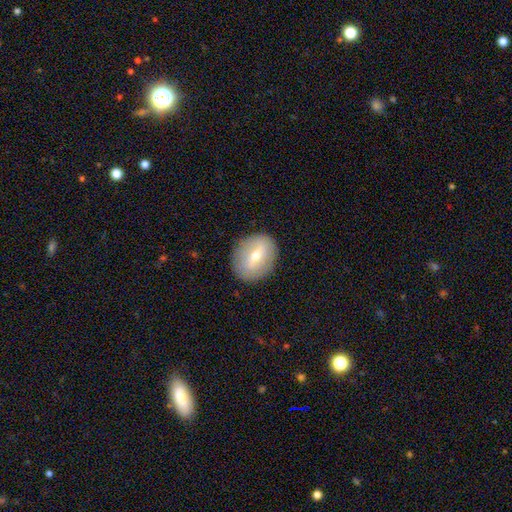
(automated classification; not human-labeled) A smooth galaxy with no disk features (52%) that is in between round and cigar-shaped (53%).

Vote fractions:
- Smooth or featured? smooth: 52% / featured or disk: 40% / star or artifact: 8%
- How rounded? in between: 53% / round: 46% / cigar-shaped: 2%
- Merging? none: 86% / minor disturbance: 10% / major disturbance: 3% / merger: 1%